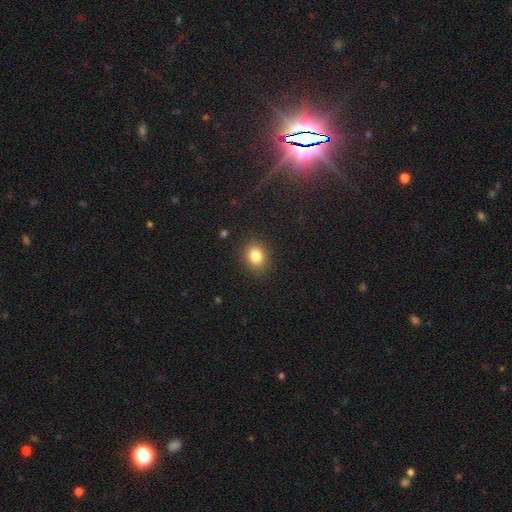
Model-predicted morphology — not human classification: A smooth galaxy with no disk features (83%) that is round (58%).

Vote fractions:
- Smooth or featured? smooth: 83% / star or artifact: 11% / featured or disk: 6%
- How rounded? round: 58% / in between: 41% / cigar-shaped: 1%
- Merging? none: 88% / minor disturbance: 8% / major disturbance: 3% / merger: 1%